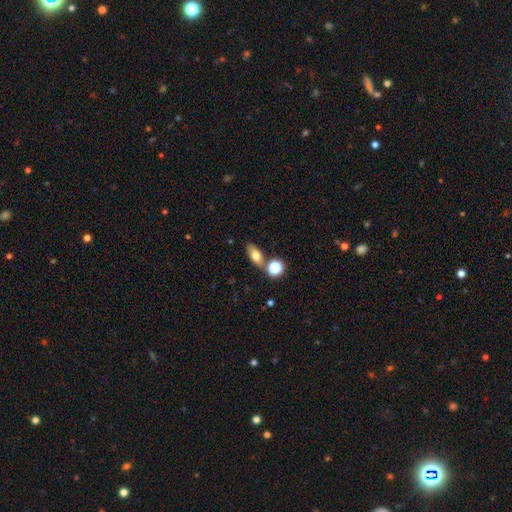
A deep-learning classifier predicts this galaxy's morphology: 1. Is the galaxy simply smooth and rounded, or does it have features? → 71% smooth, 18% featured or disk, 11% star or artifact.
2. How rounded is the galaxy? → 74% in between, 13% cigar-shaped, 12% round.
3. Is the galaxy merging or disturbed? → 69% none, 16% merger, 11% minor disturbance, 4% major disturbance.